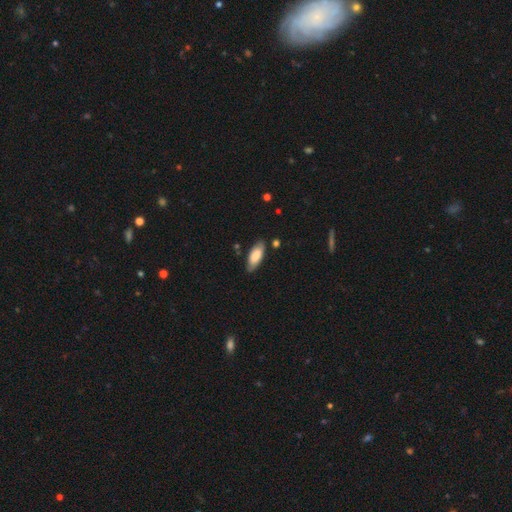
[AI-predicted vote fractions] This appears to be a smooth galaxy with no disk features (79%) that is in between round and cigar-shaped (80%). Merging: none (79%).